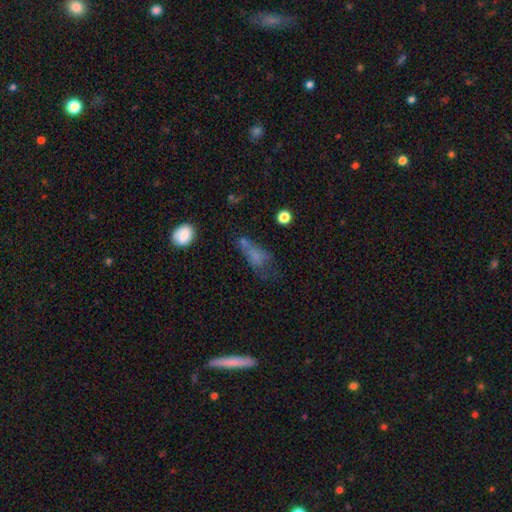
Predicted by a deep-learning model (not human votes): Smooth or featured?
  - smooth: 62% *
  - featured or disk: 22%
  - star or artifact: 17%
How rounded?
  - in between: 69% *
  - cigar-shaped: 17%
  - round: 15%
Merging?
  - major disturbance: 32% *
  - none: 30%
  - minor disturbance: 23%
  - merger: 15%